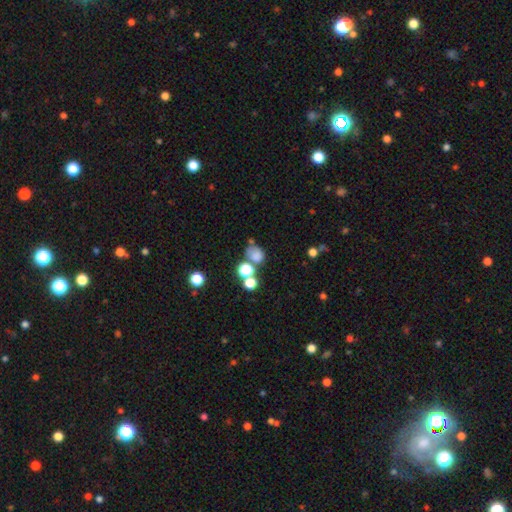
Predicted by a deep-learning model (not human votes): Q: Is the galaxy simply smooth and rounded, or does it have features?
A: smooth — 70%.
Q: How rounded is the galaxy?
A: round — 62%.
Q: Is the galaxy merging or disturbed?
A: none — 44%.